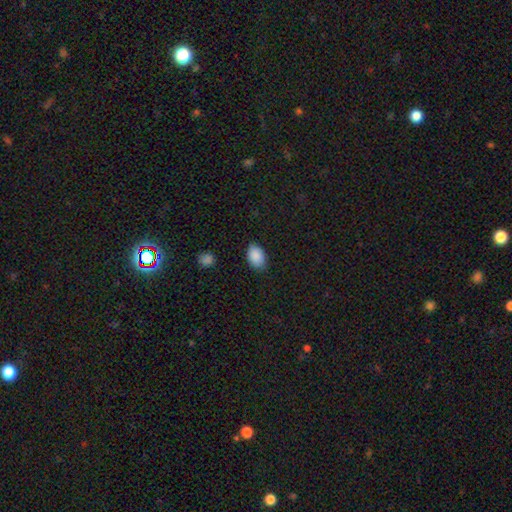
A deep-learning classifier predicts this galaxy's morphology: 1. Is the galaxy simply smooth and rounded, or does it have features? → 89% smooth, 7% star or artifact, 4% featured or disk.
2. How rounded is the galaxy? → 88% in between, 11% round, 1% cigar-shaped.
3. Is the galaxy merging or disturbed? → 83% none, 13% minor disturbance, 3% major disturbance, 1% merger.